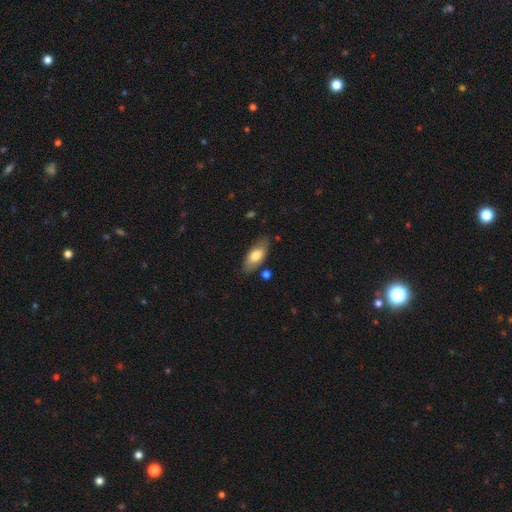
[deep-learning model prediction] Smooth or featured? Predicted: smooth (p=0.73). How rounded? Predicted: in between (p=0.86). Merging? Predicted: none (p=0.79).